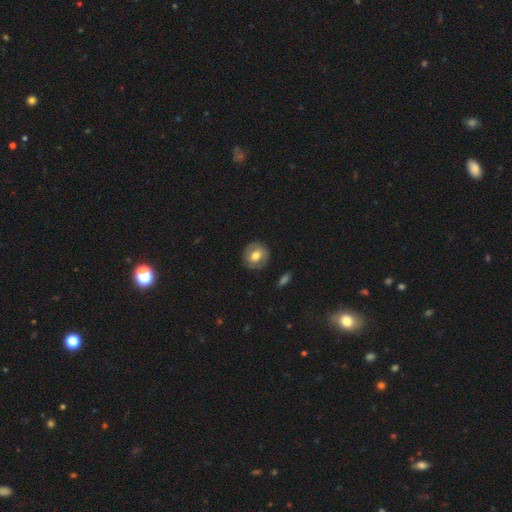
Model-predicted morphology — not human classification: A smooth galaxy with no disk features (59%) that is round (78%).

Vote fractions:
- Smooth or featured? smooth: 59% / featured or disk: 34% / star or artifact: 7%
- How rounded? round: 78% / in between: 21% / cigar-shaped: 1%
- Merging? none: 85% / minor disturbance: 10% / major disturbance: 3% / merger: 1%